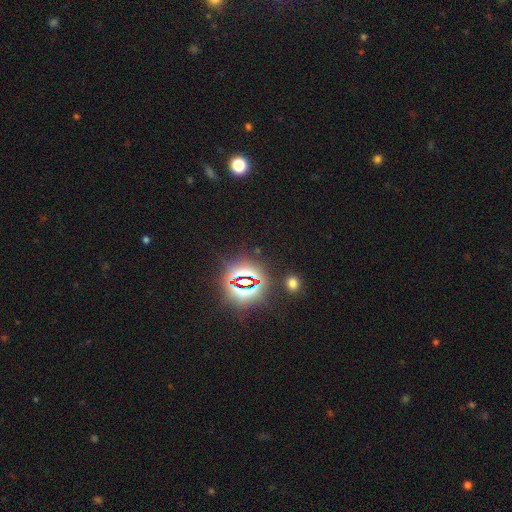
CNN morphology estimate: This is clearly a star or artifact rather than a galaxy (82%).